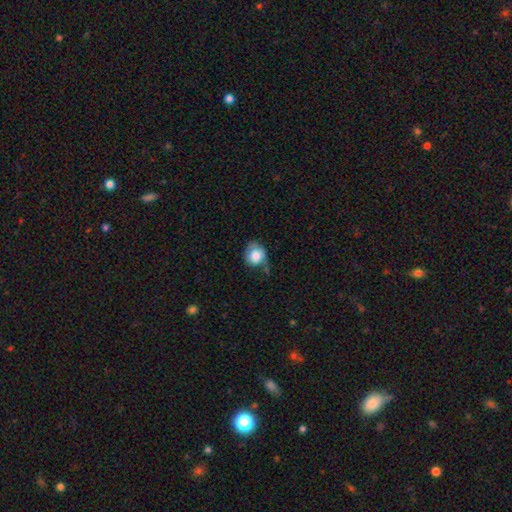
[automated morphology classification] Overall: smooth (78%). How rounded: round (71%). Merging: none (41%; minor disturbance 35%).